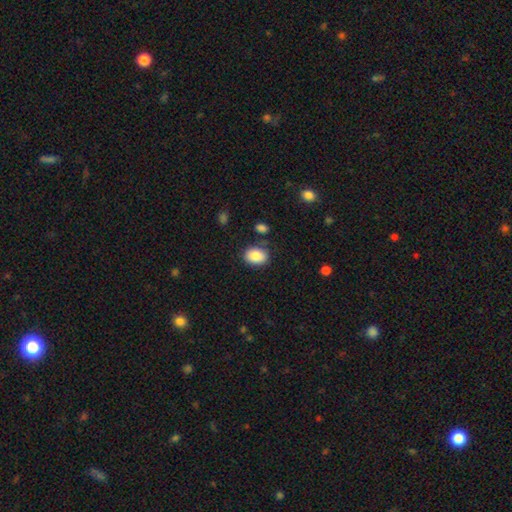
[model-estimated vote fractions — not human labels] Morphology: type=smooth (84%); roundness=in between (67%); merging=none (78%).